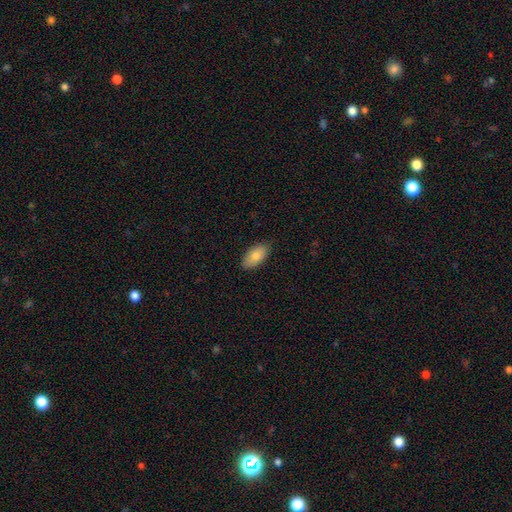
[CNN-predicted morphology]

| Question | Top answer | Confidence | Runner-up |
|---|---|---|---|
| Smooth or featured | smooth | 80% | featured or disk (14%) |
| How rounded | in between | 93% | cigar-shaped (4%) |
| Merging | none | 85% | minor disturbance (12%) |